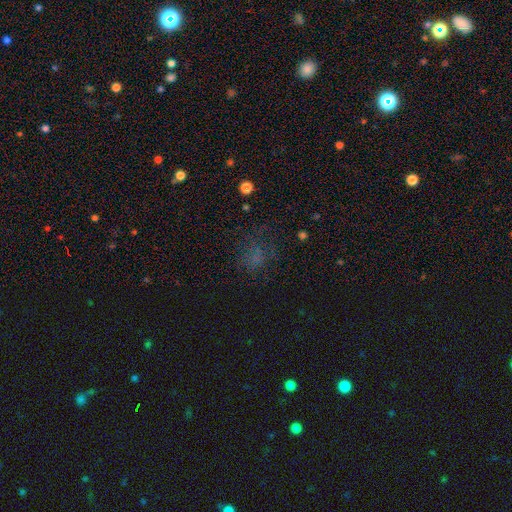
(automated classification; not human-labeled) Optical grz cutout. It shows a smooth galaxy with no disk features (49%). Merging: none (54%).